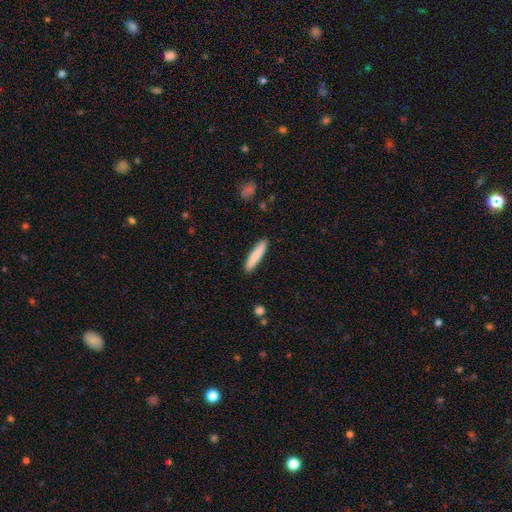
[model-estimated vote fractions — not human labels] Smooth or featured? smooth (84%)
How rounded? cigar-shaped (88%)
Merging? none (90%)